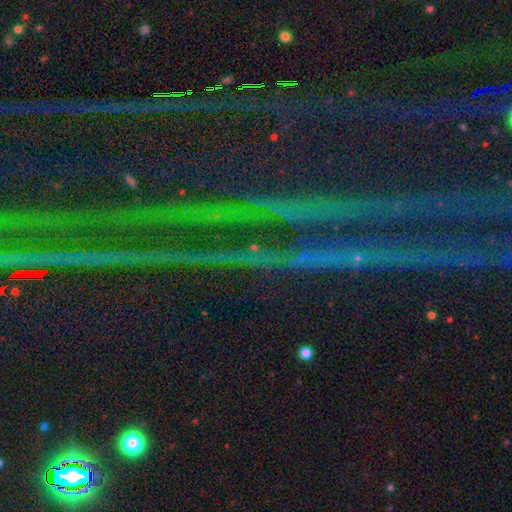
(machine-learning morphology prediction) Smooth or featured?
  - star or artifact: 87% *
  - featured or disk: 8%
  - smooth: 6%